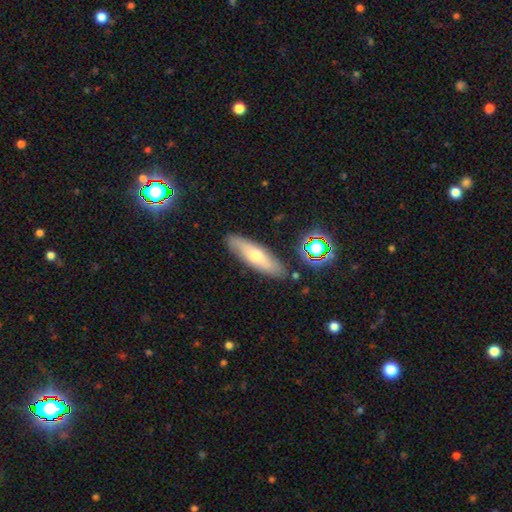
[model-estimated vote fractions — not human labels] Morphology: type=smooth (54%); roundness=cigar-shaped (59%); merging=none (84%).